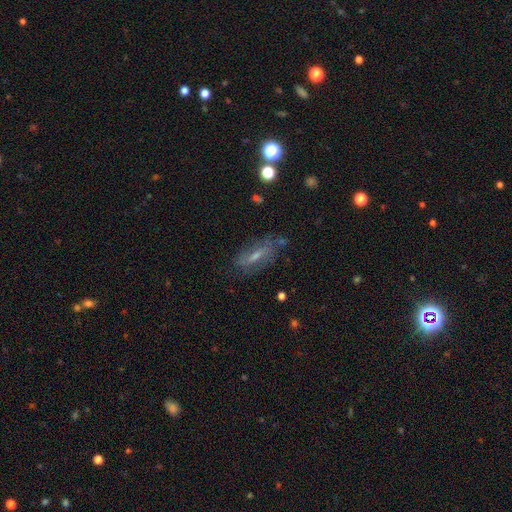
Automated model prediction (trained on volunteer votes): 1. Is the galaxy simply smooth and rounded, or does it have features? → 51% featured or disk, 34% smooth, 15% star or artifact.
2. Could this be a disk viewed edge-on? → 71% no, 29% yes.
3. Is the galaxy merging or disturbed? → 69% none, 20% minor disturbance, 8% major disturbance, 3% merger.